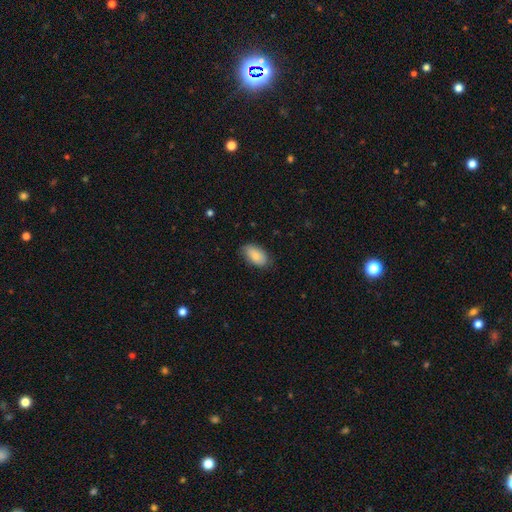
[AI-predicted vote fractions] Smooth or featured?
  - smooth: 83% *
  - featured or disk: 10%
  - star or artifact: 7%
How rounded?
  - in between: 94% *
  - round: 4%
  - cigar-shaped: 2%
Merging?
  - none: 78% *
  - minor disturbance: 18%
  - major disturbance: 3%
  - merger: 1%